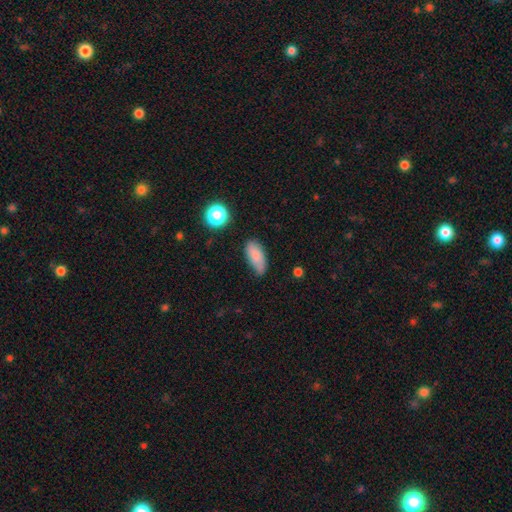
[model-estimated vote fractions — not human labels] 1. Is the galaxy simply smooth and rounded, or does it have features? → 83% smooth, 9% featured or disk, 9% star or artifact.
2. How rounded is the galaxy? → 85% in between, 12% cigar-shaped, 3% round.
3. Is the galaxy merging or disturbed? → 60% none, 31% minor disturbance, 6% major disturbance, 3% merger.